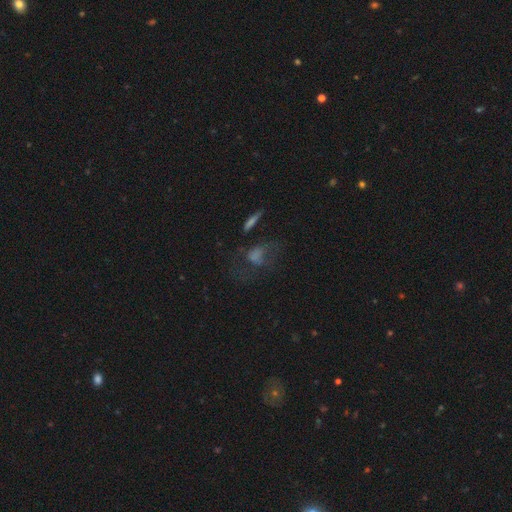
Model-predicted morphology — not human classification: Smooth or featured? Predicted: featured or disk (p=0.37). Merging? Predicted: none (p=0.44).